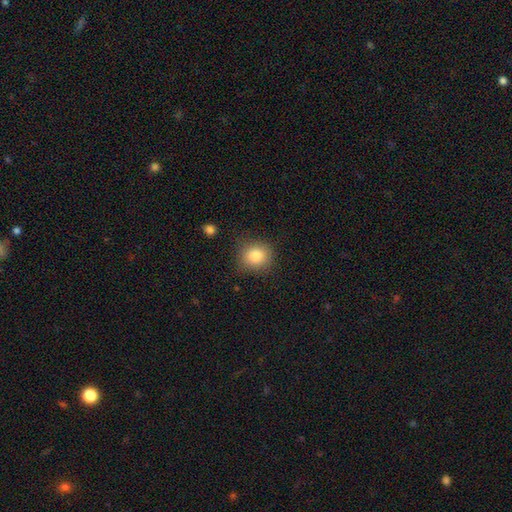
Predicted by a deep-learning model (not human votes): Morphology: type=smooth (83%); roundness=round (83%); merging=none (82%).